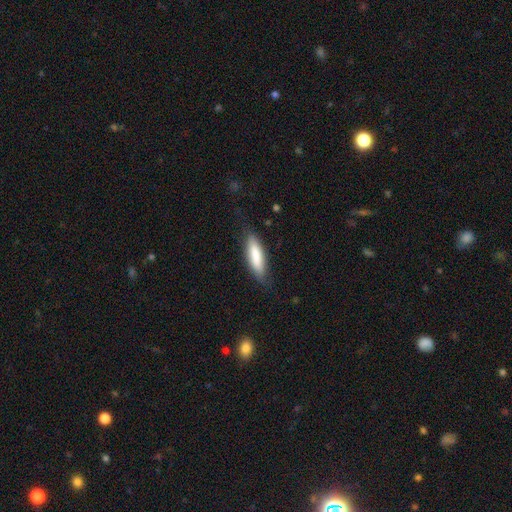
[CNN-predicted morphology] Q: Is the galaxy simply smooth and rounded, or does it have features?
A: smooth — 80%.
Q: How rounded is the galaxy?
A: cigar-shaped — 61%.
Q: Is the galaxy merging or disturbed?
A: none — 77%.